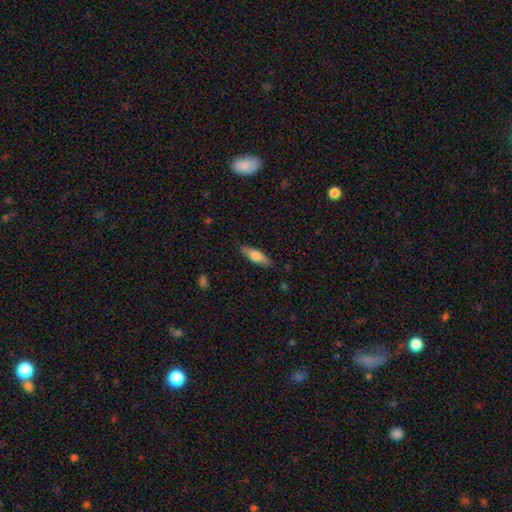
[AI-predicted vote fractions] A smooth galaxy with no disk features (61%) that is cigar-shaped (49%). Merging: none (86%).